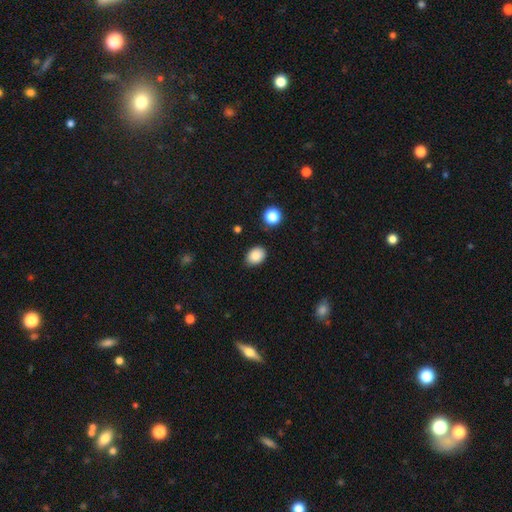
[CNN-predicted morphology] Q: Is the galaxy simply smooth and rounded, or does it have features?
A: smooth — 86%.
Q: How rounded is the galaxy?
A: in between — 67%.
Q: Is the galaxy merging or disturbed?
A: none — 83%.